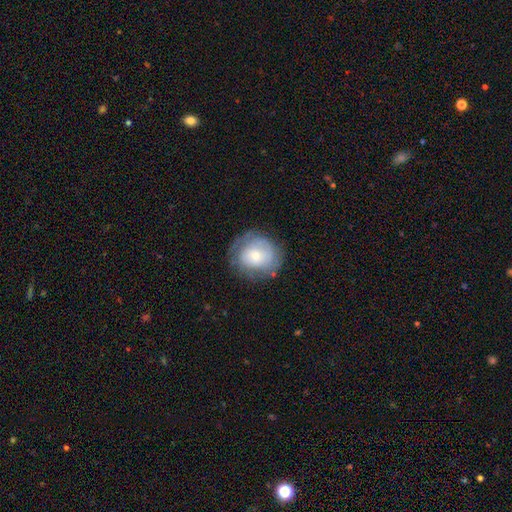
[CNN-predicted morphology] Overall: smooth (49%; featured or disk 43%). Merging: none (69%).